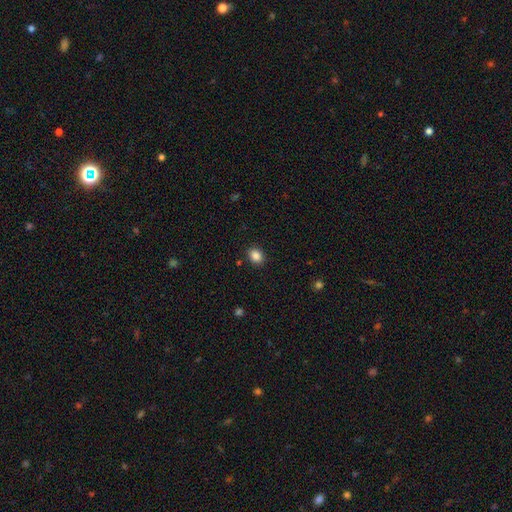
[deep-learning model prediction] smooth-or-featured: smooth: 86% | star or artifact: 10% | featured or disk: 4%
  how-rounded: in between: 55% | round: 44% | cigar-shaped: 1%
  merging: none: 89% | minor disturbance: 8% | major disturbance: 2% | merger: 1%